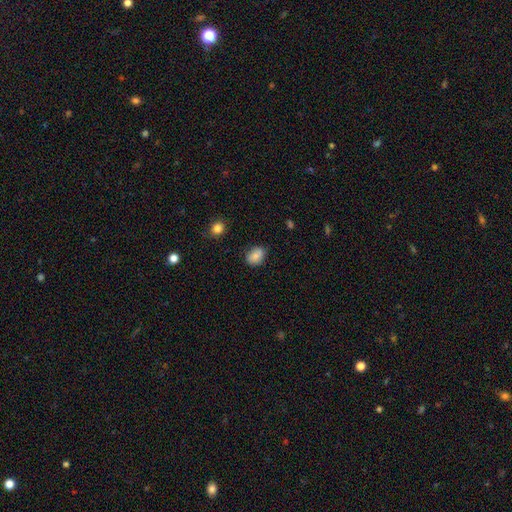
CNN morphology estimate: A smooth galaxy with no disk features (84%) that is in between round and cigar-shaped (73%).

Vote fractions:
- Smooth or featured? smooth: 84% / star or artifact: 8% / featured or disk: 8%
- How rounded? in between: 73% / round: 25% / cigar-shaped: 1%
- Merging? none: 77% / minor disturbance: 18% / major disturbance: 3% / merger: 2%